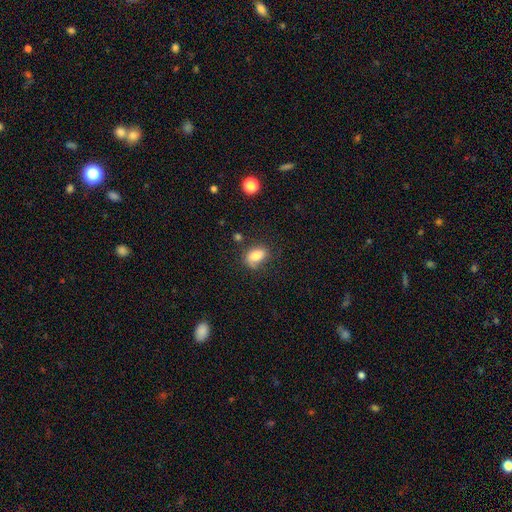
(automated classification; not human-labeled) The model was most divided on "merging": none: 60%, minor disturbance: 25%, major disturbance: 10%, merger: 5%. More confident: how rounded — in between (83%); smooth or featured — smooth (79%).